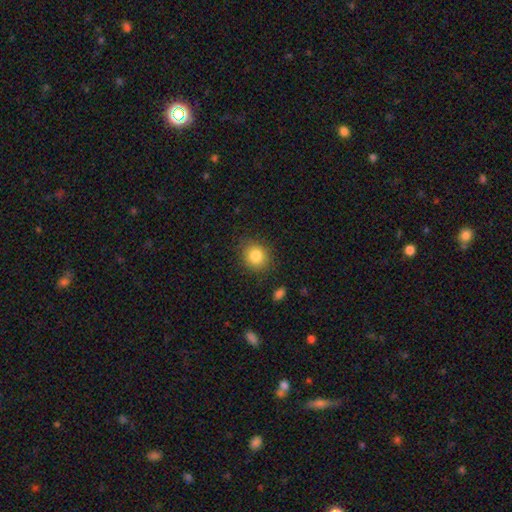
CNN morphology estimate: smooth 84%, star or artifact 10%, featured or disk 7%. Down the decision tree: how rounded — round (80%); merging — none (85%).